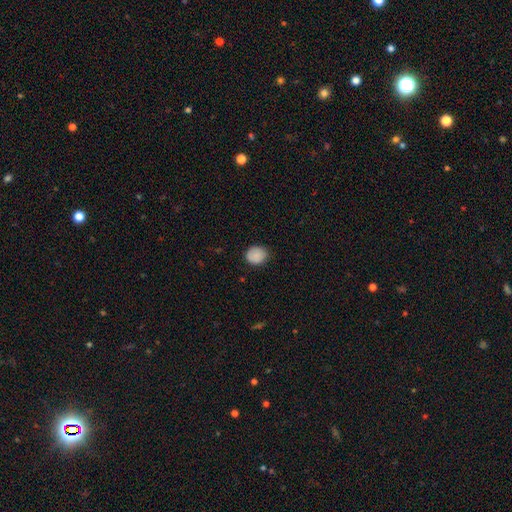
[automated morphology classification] Smooth or featured?
  - smooth: 87% *
  - star or artifact: 8%
  - featured or disk: 5%
How rounded?
  - round: 70% *
  - in between: 29%
  - cigar-shaped: 1%
Merging?
  - none: 79% *
  - minor disturbance: 17%
  - major disturbance: 3%
  - merger: 1%